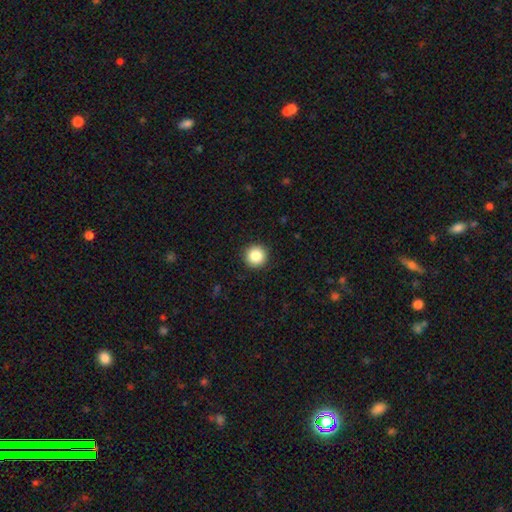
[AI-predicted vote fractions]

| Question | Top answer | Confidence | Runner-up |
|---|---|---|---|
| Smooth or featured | smooth | 86% | star or artifact (9%) |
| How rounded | round | 96% | in between (3%) |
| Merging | none | 93% | minor disturbance (5%) |